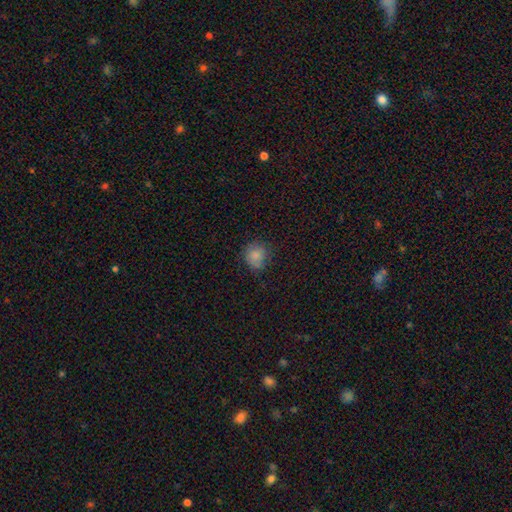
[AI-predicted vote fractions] Smooth or featured? smooth (82%)
How rounded? round (84%)
Merging? none (72%)